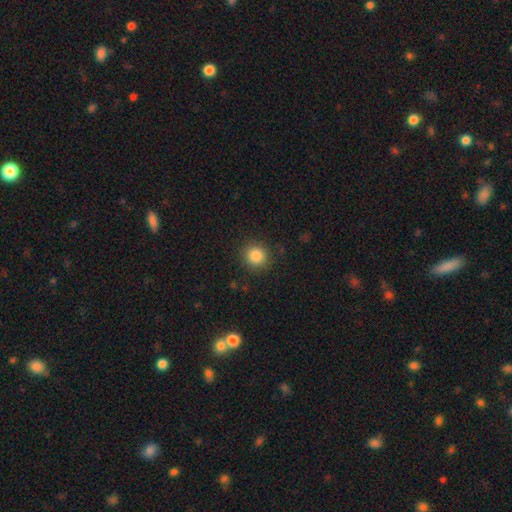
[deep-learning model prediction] smooth 85%, star or artifact 11%, featured or disk 4%. Down the decision tree: how rounded — round (90%); merging — none (88%).